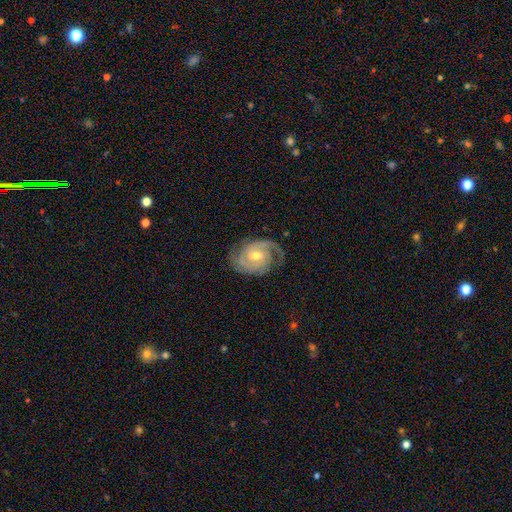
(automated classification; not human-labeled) A featured or disk galaxy (91%) with no bar (50%), 2 (55%) tight (62%) spiral arms (98%) and a moderate central bulge (59%). Merging: none (77%).